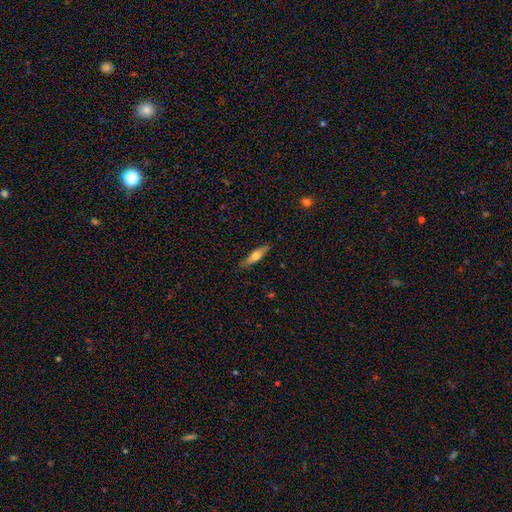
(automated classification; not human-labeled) The model was most divided on "smooth or featured": smooth: 54%, featured or disk: 40%, star or artifact: 6%. More confident: merging — none (87%); how rounded — cigar-shaped (72%).